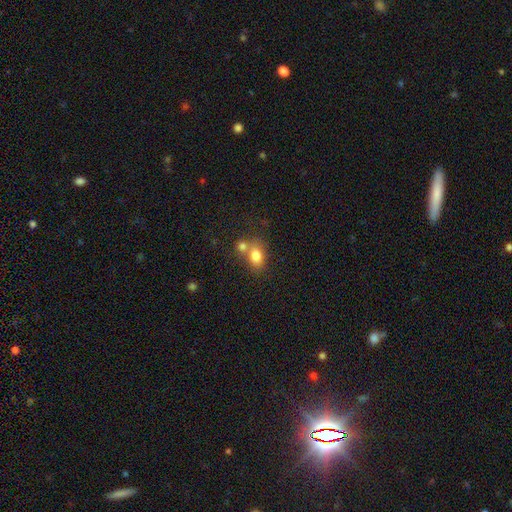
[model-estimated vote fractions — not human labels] Q: Smooth or featured?
A: smooth (80%); runner-up: featured or disk (10%)
Q: How rounded?
A: in between (72%); runner-up: round (27%)
Q: Merging?
A: none (44%); runner-up: merger (41%)